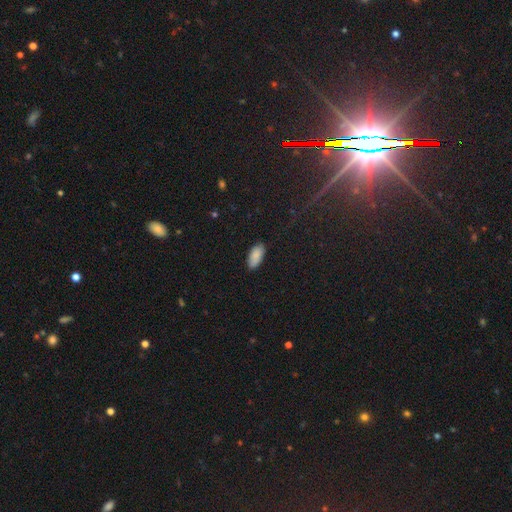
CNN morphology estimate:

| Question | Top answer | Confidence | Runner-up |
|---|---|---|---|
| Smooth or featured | smooth | 88% | star or artifact (7%) |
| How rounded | in between | 92% | cigar-shaped (6%) |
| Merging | none | 84% | minor disturbance (12%) |